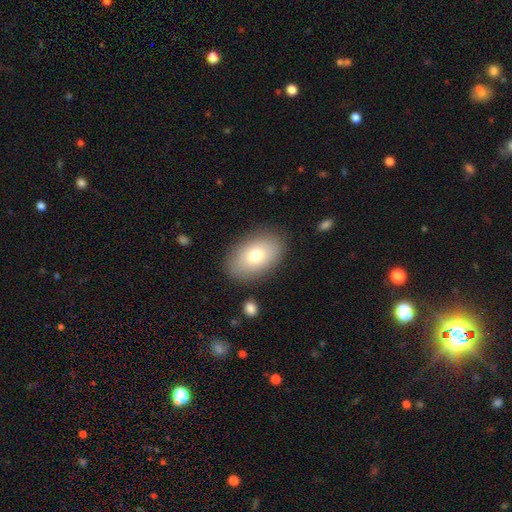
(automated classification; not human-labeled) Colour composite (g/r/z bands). It shows a smooth galaxy with no disk features (73%) that is in between round and cigar-shaped (88%). Merging: none (84%).